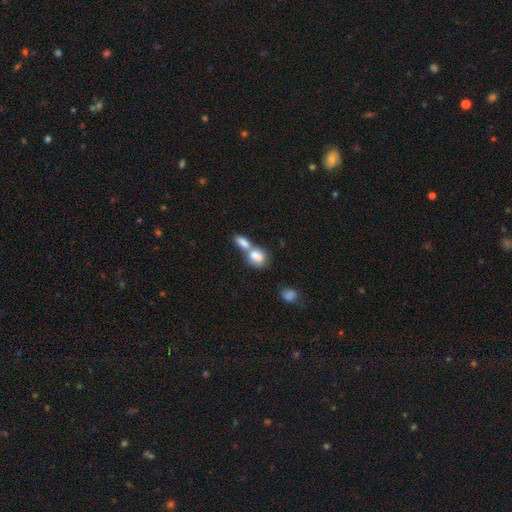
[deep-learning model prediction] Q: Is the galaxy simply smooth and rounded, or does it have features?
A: smooth — 79%.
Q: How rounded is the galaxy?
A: in between — 75%.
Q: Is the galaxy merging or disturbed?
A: merger — 70%.